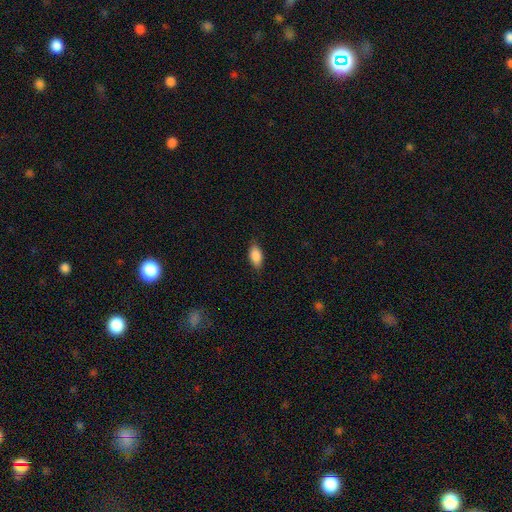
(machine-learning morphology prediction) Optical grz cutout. It shows a smooth galaxy with no disk features (88%) that is in between round and cigar-shaped (91%). Merging: none (81%).